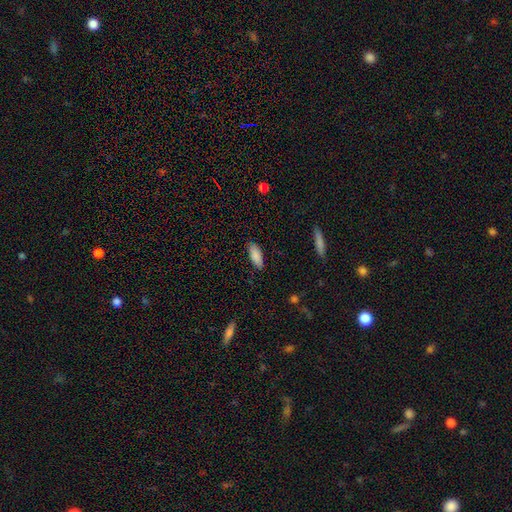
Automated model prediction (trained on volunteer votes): Q: Smooth or featured?
A: smooth (88%); runner-up: star or artifact (7%)
Q: How rounded?
A: in between (80%); runner-up: cigar-shaped (19%)
Q: Merging?
A: none (86%); runner-up: minor disturbance (11%)